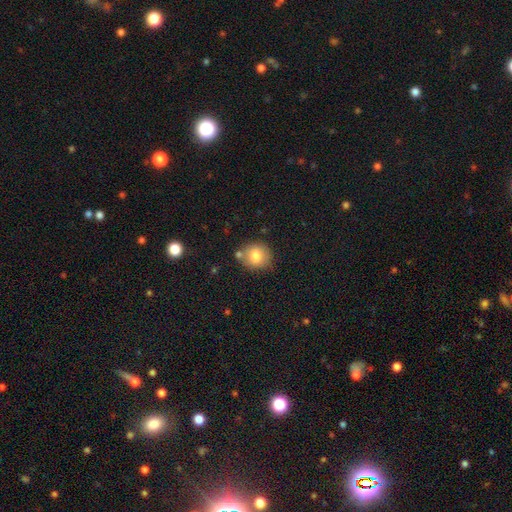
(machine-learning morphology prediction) type=smooth (79%); roundness=round (80%); merging=none (73%).